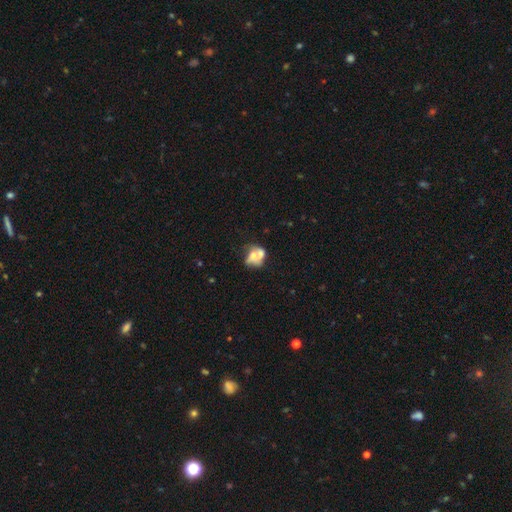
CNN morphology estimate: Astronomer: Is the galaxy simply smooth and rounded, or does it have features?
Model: smooth — 49% (runner-up: featured or disk, 42%).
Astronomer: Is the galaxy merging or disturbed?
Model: merger — 53%.